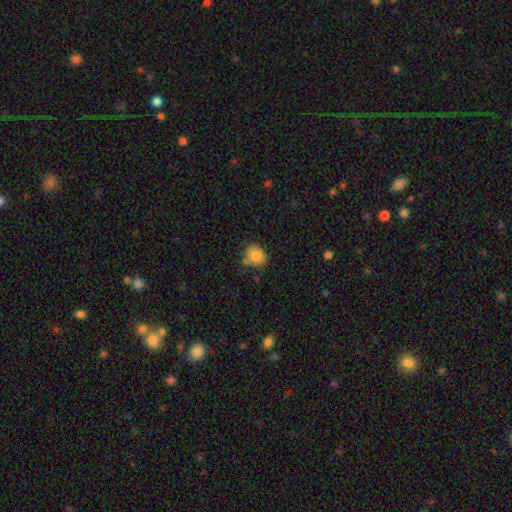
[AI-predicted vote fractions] The model was most divided on "how rounded": round: 60%, in between: 39%, cigar-shaped: 1%. More confident: smooth or featured — smooth (84%); merging — none (68%).